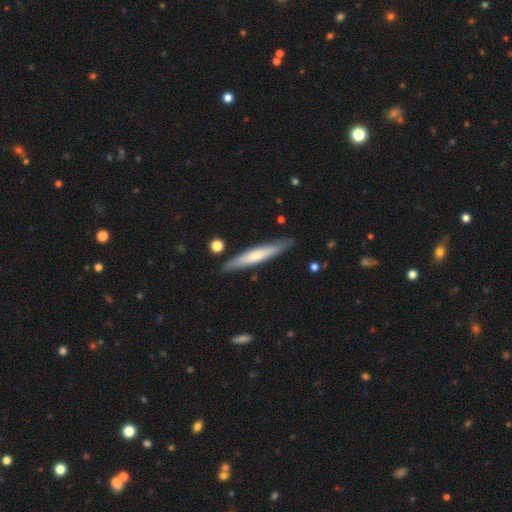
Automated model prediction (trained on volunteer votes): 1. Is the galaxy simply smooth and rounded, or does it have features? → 52% smooth, 43% featured or disk, 5% star or artifact.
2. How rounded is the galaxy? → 93% cigar-shaped, 6% in between, 1% round.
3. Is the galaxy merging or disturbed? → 86% none, 10% minor disturbance, 2% merger, 2% major disturbance.